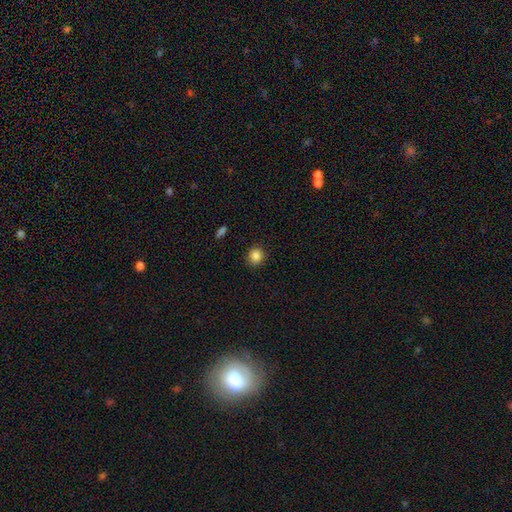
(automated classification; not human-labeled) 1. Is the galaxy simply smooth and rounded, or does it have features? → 86% smooth, 10% star or artifact, 4% featured or disk.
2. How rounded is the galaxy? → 84% round, 15% in between, 1% cigar-shaped.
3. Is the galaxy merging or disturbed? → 90% none, 7% minor disturbance, 2% major disturbance, 1% merger.